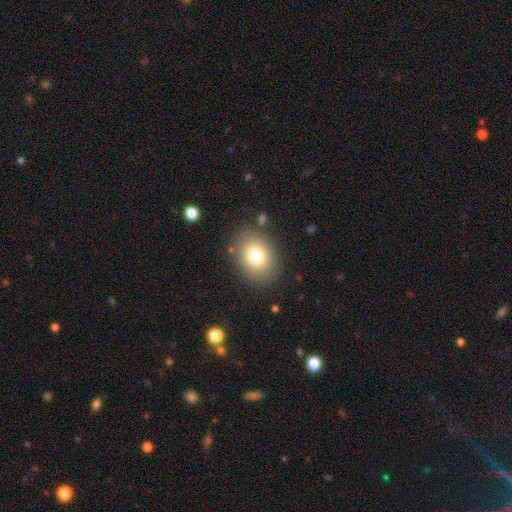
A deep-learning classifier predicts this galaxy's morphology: A smooth galaxy with no disk features (79%) that is in between round and cigar-shaped (57%).

Vote fractions:
- Smooth or featured? smooth: 79% / featured or disk: 11% / star or artifact: 10%
- How rounded? in between: 57% / round: 42% / cigar-shaped: 1%
- Merging? none: 83% / minor disturbance: 11% / major disturbance: 4% / merger: 2%